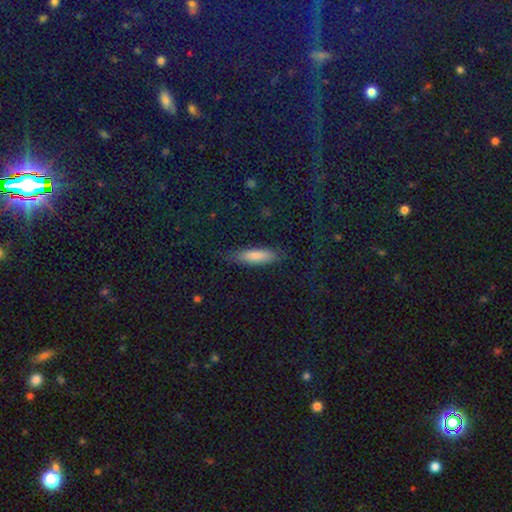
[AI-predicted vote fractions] Smooth or featured? Predicted: smooth (p=0.81). How rounded? Predicted: cigar-shaped (p=0.55). Merging? Predicted: none (p=0.83).